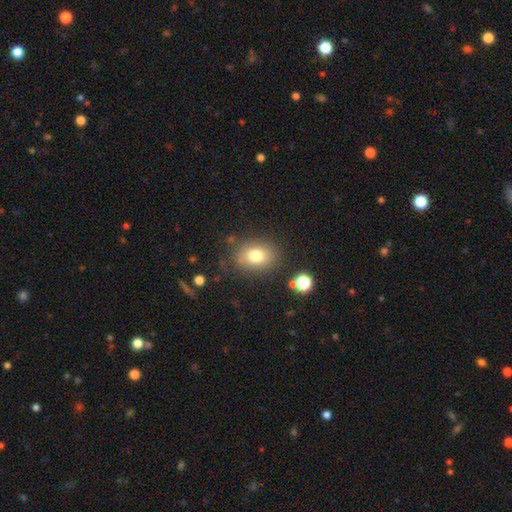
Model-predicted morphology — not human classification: This is likely a smooth galaxy (77%). How rounded: possibly in between (60%). Merging: likely none (79%).